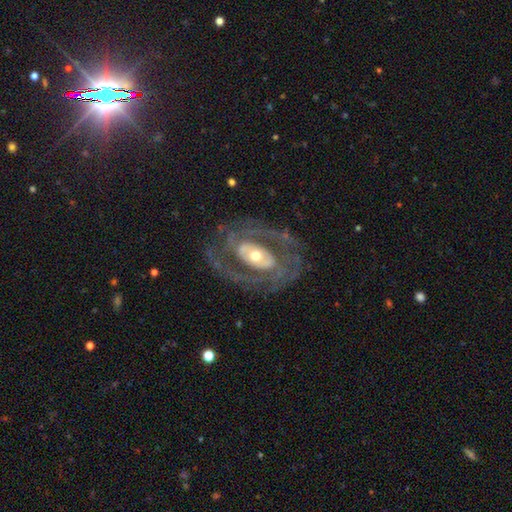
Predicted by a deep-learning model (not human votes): featured or disk 87%, smooth 8%, star or artifact 5%. Down the decision tree: edge-on disk — no (96%); bar — no (49%); spiral arms — yes (87%); spiral arm count — 2 (64%); spiral winding — tight (47%); bulge size — moderate (61%); merging — none (74%).